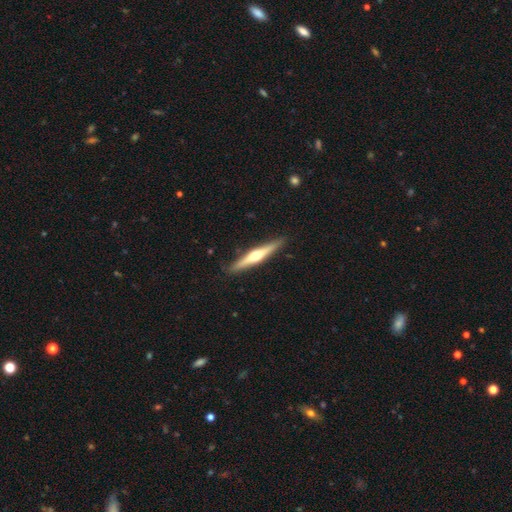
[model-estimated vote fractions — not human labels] smooth_or_featured: featured or disk (p=0.66) [alt: smooth p=0.29]
disk_edge_on: yes (p=0.97) [alt: no p=0.03]
edge_on_bulge: rounded (p=0.91) [alt: none p=0.05]
merging: none (p=0.90) [alt: minor disturbance p=0.08]